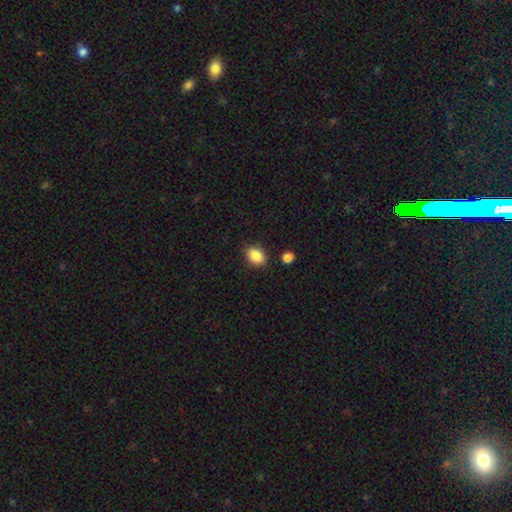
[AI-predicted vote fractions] smooth 87%, star or artifact 8%, featured or disk 4%. Down the decision tree: how rounded — in between (75%); merging — none (83%).